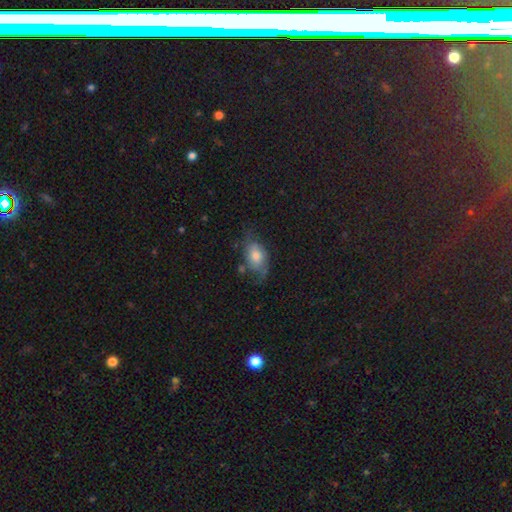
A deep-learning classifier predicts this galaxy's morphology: Smooth or featured? Predicted: smooth (p=0.46). Merging? Predicted: none (p=0.53).